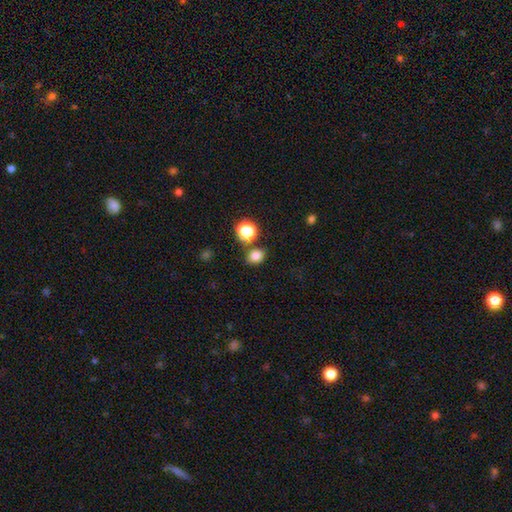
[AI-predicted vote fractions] Overall: smooth (80%). How rounded: round (55%; in between 44%). Merging: none (76%).